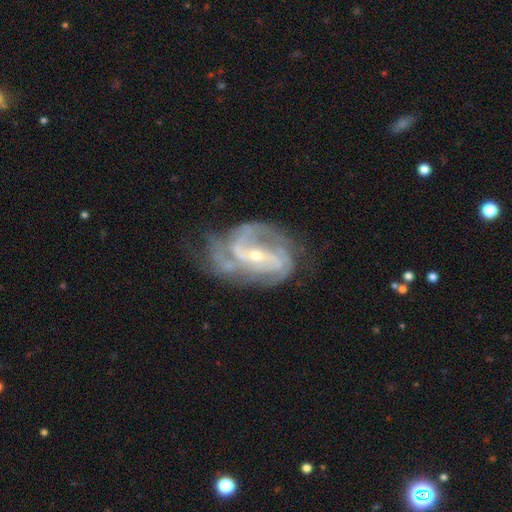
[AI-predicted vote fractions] Morphology: type=featured or disk (90%); edge-on=no (97%); bar=weak (38%); spiral arms=yes (96%); winding=medium (48%); arm count=2 (52%); bulge=small (75%); merging=none (49%).